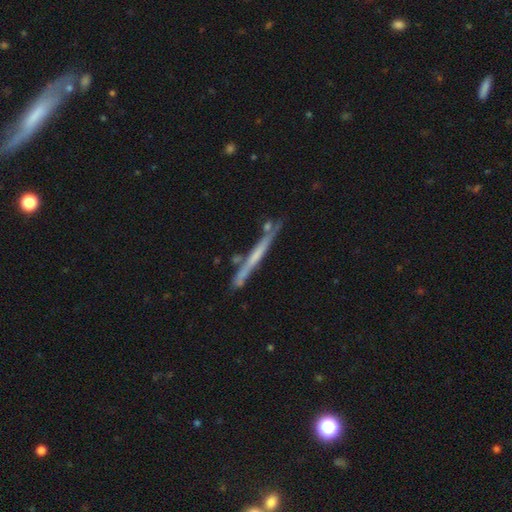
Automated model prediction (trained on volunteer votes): featured or disk 57%, smooth 36%, star or artifact 6%. Down the decision tree: edge-on disk — yes (96%); edge-on bulge — none (80%); merging — none (79%).